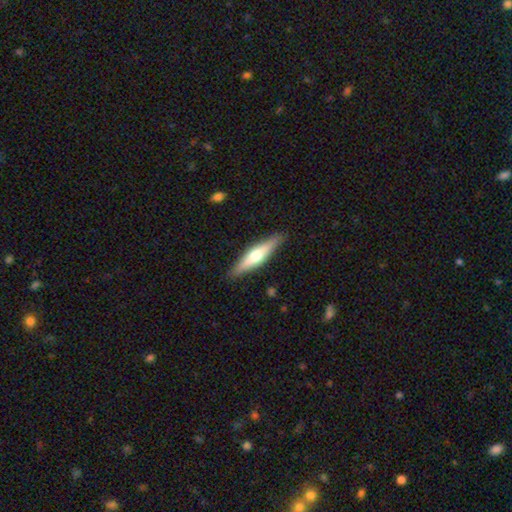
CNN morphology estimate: A featured or disk galaxy (55%) viewed edge-on (95%) with a rounded central bulge (88%).

Vote fractions:
- Smooth or featured? featured or disk: 55% / smooth: 40% / star or artifact: 5%
- Edge-on disk? yes: 95% / no: 5%
- Edge-on bulge? rounded: 88% / boxy: 6% / none: 5%
- Merging? none: 89% / minor disturbance: 8% / major disturbance: 2% / merger: 1%